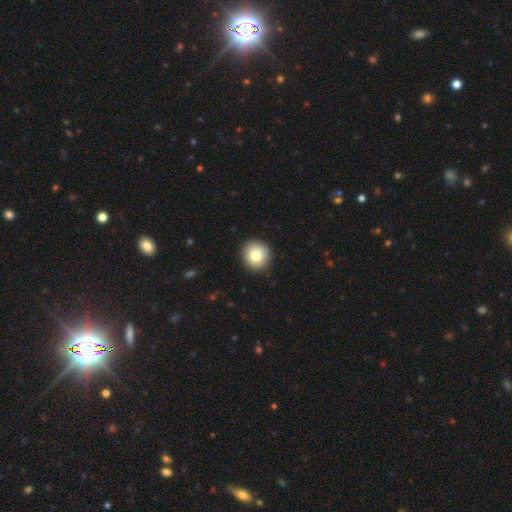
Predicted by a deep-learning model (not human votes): smooth_or_featured: smooth (p=0.78) [alt: featured or disk p=0.13]
how_rounded: round (p=0.90) [alt: in between p=0.09]
merging: none (p=0.91) [alt: minor disturbance p=0.06]